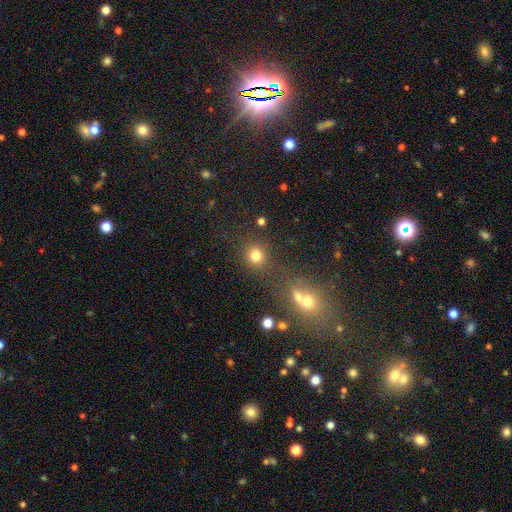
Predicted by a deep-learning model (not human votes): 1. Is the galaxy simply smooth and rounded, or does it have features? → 78% smooth, 16% star or artifact, 6% featured or disk.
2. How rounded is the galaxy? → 89% round, 10% in between, 1% cigar-shaped.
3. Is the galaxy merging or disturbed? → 77% none, 11% merger, 8% minor disturbance, 4% major disturbance.